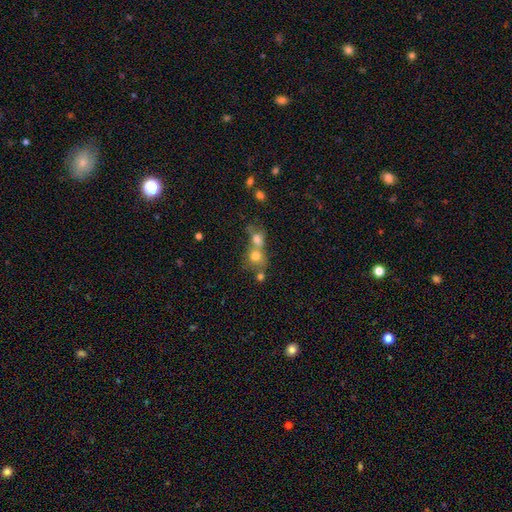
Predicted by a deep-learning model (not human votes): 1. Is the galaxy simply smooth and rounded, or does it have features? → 72% smooth, 15% featured or disk, 13% star or artifact.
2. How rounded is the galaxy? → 71% round, 28% in between, 1% cigar-shaped.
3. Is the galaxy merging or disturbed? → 62% merger, 27% none, 7% minor disturbance, 4% major disturbance.